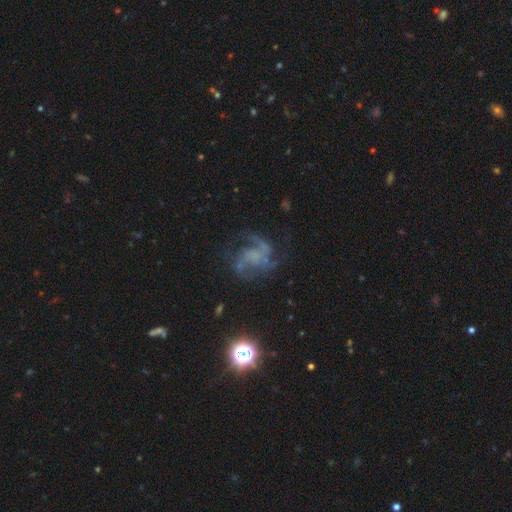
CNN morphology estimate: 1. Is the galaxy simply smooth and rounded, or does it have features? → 77% featured or disk, 12% star or artifact, 11% smooth.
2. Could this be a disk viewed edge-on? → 98% no, 2% yes.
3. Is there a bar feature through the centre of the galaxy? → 65% no, 28% weak, 7% strong.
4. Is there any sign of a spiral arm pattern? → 90% yes, 10% no.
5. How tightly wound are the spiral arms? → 47% medium, 33% loose, 19% tight.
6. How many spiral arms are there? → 36% 2, 27% 3, 17% can't tell, 8% 1, 7% 4, 5% more than 4.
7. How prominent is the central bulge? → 62% none, 18% small, 13% moderate, 6% large, 2% dominant.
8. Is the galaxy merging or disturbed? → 57% none, 23% major disturbance, 17% minor disturbance, 3% merger.